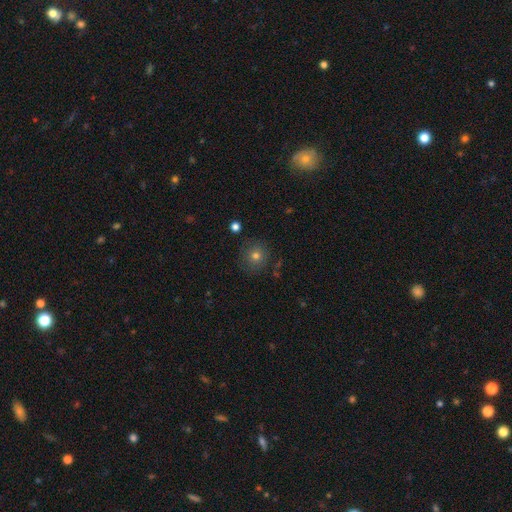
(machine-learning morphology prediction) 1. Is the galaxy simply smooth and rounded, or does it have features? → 75% smooth, 14% star or artifact, 11% featured or disk.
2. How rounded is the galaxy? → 92% round, 7% in between, 1% cigar-shaped.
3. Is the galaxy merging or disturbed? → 85% none, 10% minor disturbance, 3% major disturbance, 2% merger.